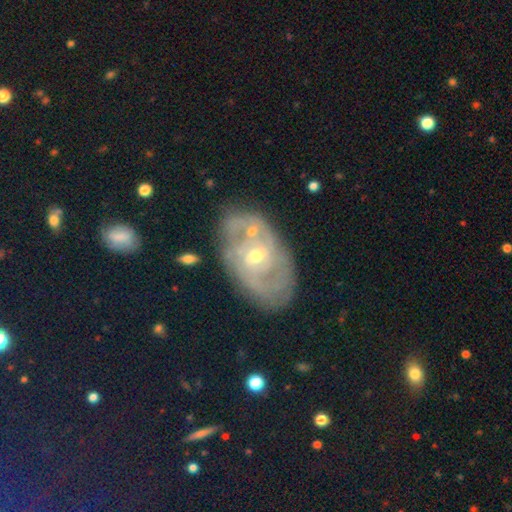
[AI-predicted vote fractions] Smooth or featured? Predicted: featured or disk (p=0.79). Edge-on disk? Predicted: no (p=0.95). Bar? Predicted: no (p=0.48). Spiral arms? Predicted: yes (p=0.85). Spiral winding? Predicted: tight (p=0.56). Spiral arm count? Predicted: can't tell (p=0.38). Bulge size? Predicted: small (p=0.55). Merging? Predicted: none (p=0.69).